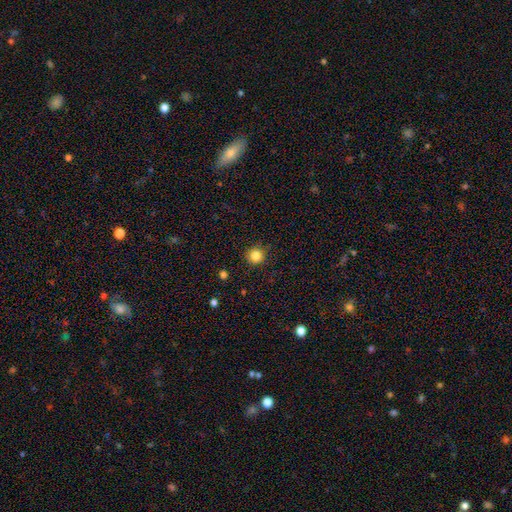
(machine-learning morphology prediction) smooth 84%, star or artifact 11%, featured or disk 5%. Down the decision tree: how rounded — round (95%); merging — none (90%).